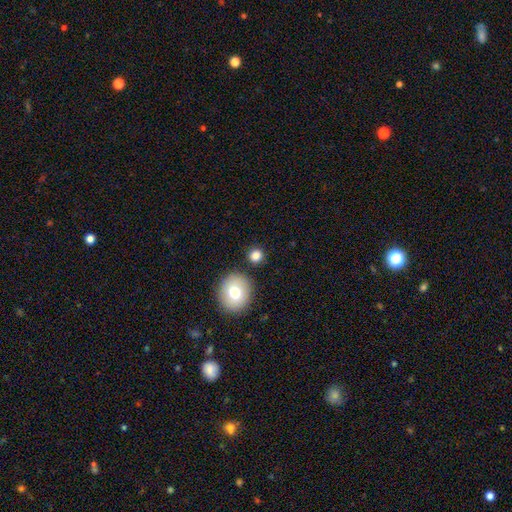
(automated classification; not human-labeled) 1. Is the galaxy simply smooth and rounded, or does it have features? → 82% smooth, 11% star or artifact, 7% featured or disk.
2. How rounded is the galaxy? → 87% round, 12% in between, 1% cigar-shaped.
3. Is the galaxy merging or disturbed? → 82% none, 8% minor disturbance, 7% merger, 3% major disturbance.